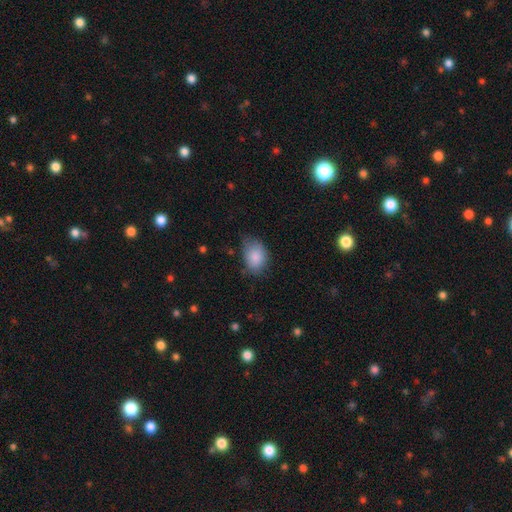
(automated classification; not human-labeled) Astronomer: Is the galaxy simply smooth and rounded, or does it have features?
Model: smooth — 86%.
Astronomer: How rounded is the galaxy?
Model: in between — 78%.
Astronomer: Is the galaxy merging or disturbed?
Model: none — 61%.